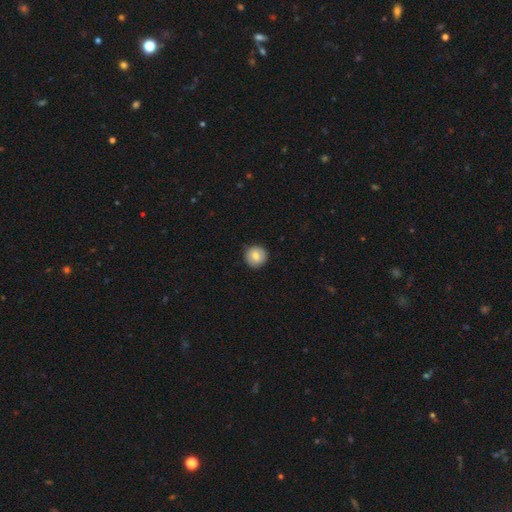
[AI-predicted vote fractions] This appears to be a smooth galaxy with no disk features (78%) that is round (95%). Merging: none (90%).